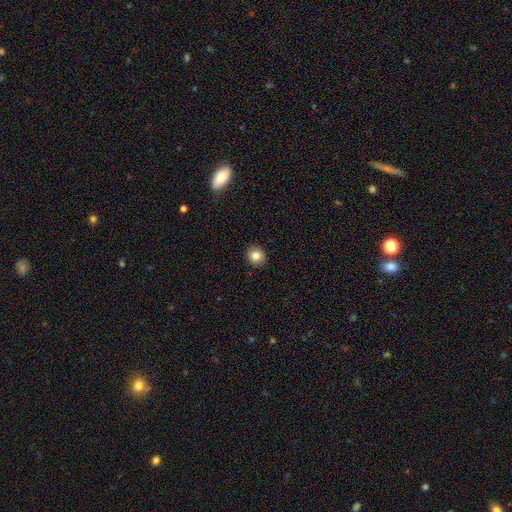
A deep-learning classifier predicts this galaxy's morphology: This appears to be a smooth galaxy with no disk features (83%) that is round (81%). Merging: none (91%).